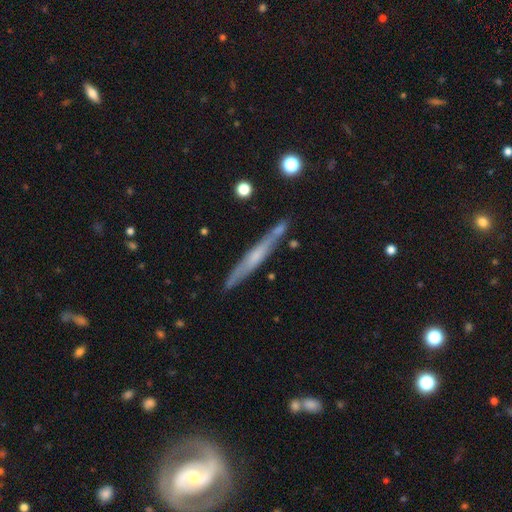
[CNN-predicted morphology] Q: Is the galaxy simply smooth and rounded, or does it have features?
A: featured or disk — 57%.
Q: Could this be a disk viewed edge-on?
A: yes — 94%.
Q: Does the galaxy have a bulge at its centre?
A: none — 52%.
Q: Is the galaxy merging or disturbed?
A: none — 82%.